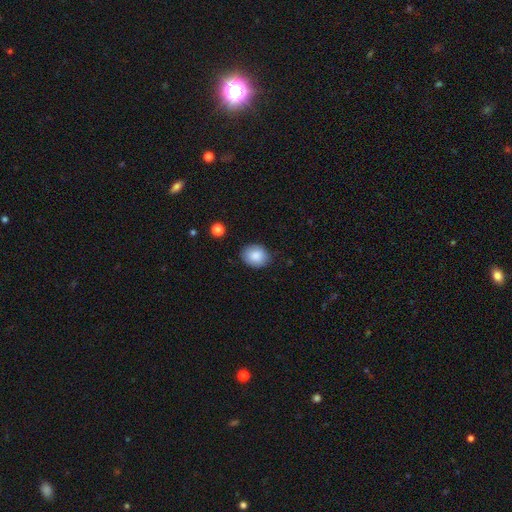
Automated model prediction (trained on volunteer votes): Q: Smooth or featured?
A: smooth (87%); runner-up: star or artifact (7%)
Q: How rounded?
A: round (51%); runner-up: in between (48%)
Q: Merging?
A: none (82%); runner-up: minor disturbance (13%)